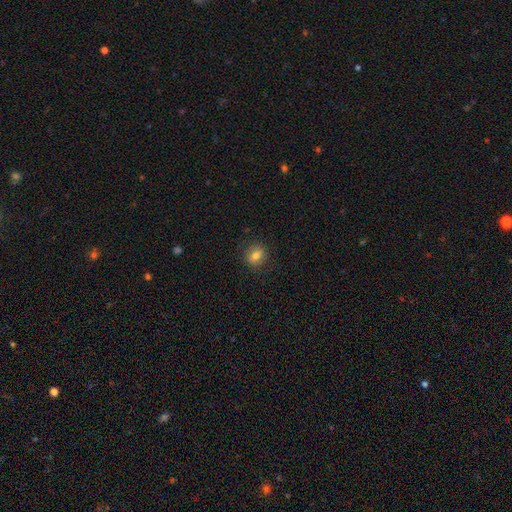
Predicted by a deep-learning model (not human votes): Smooth or featured? smooth (76%)
How rounded? round (66%)
Merging? none (86%)